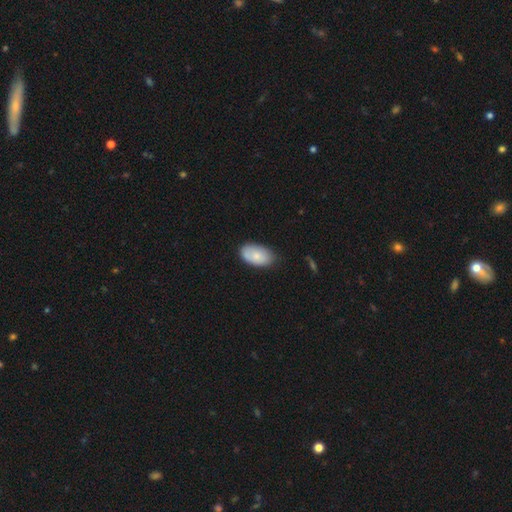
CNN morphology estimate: The model was most divided on "merging": none: 72%, minor disturbance: 22%, major disturbance: 4%, merger: 2%. More confident: how rounded — in between (94%); smooth or featured — smooth (78%).